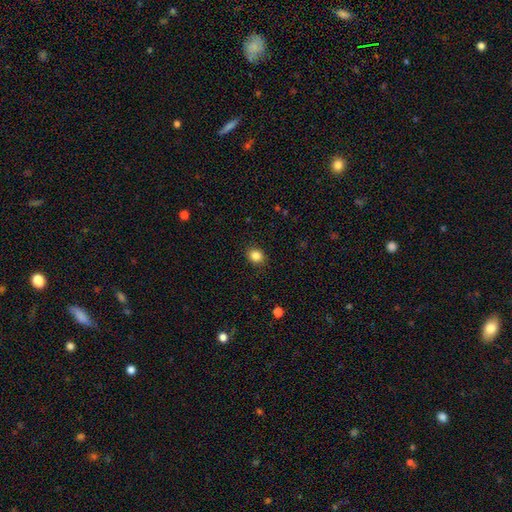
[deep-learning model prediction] Smooth or featured?
  - smooth: 85% *
  - star or artifact: 11%
  - featured or disk: 4%
How rounded?
  - round: 68% *
  - in between: 31%
  - cigar-shaped: 1%
Merging?
  - none: 89% *
  - minor disturbance: 8%
  - major disturbance: 2%
  - merger: 1%